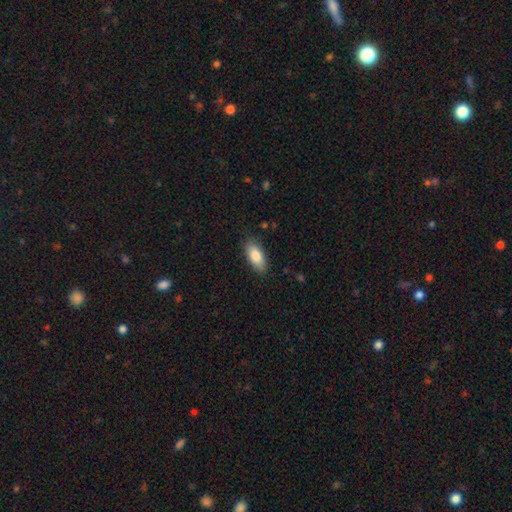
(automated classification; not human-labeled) smooth 84%, featured or disk 10%, star or artifact 6%. Down the decision tree: how rounded — in between (84%); merging — none (85%).